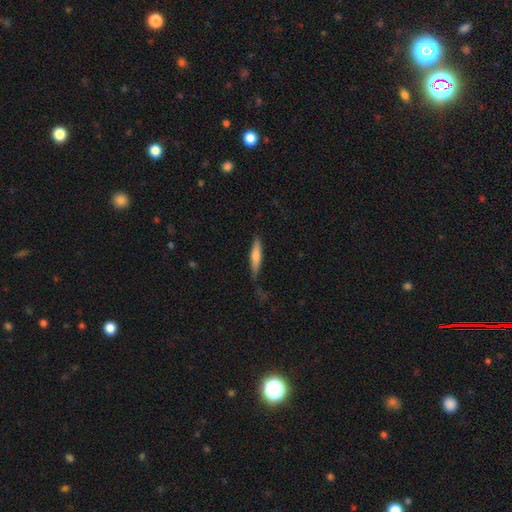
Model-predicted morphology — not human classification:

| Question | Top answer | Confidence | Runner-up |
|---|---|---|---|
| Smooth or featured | smooth | 65% | featured or disk (30%) |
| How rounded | cigar-shaped | 83% | in between (15%) |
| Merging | none | 73% | minor disturbance (20%) |